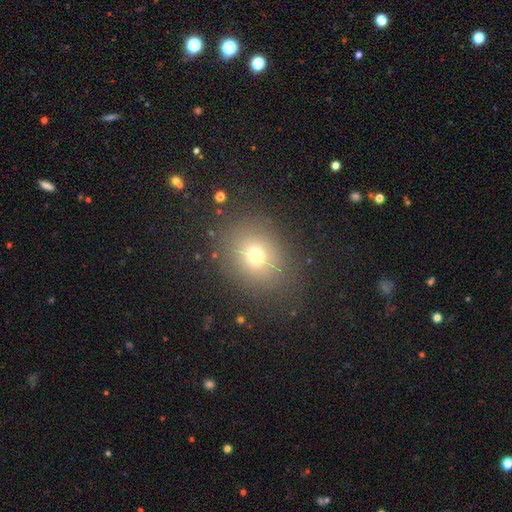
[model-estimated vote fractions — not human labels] smooth_or_featured: smooth (p=0.70) [alt: star or artifact p=0.18]
how_rounded: round (p=0.60) [alt: in between p=0.39]
merging: none (p=0.81) [alt: minor disturbance p=0.12]